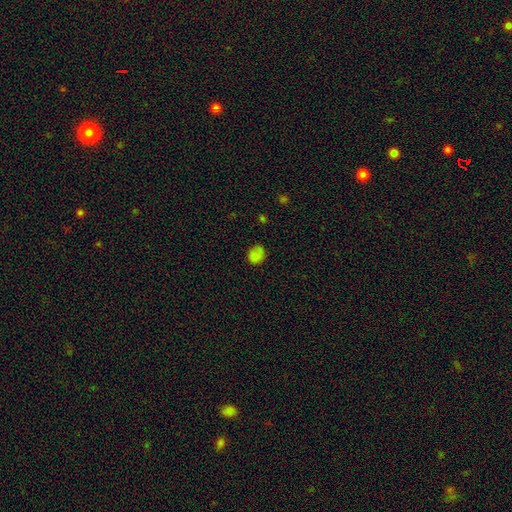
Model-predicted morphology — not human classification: type=smooth (78%); roundness=round (68%); merging=none (71%).